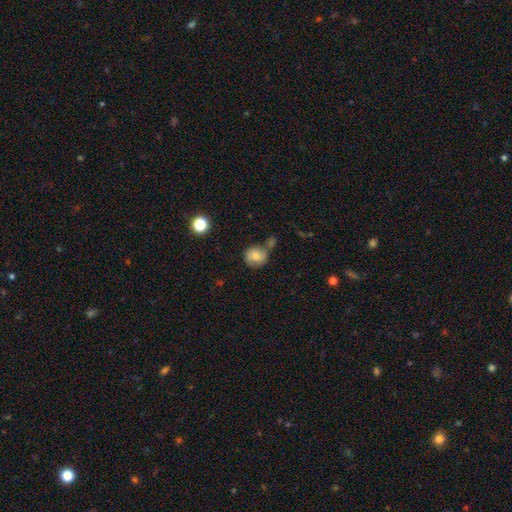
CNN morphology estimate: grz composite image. It shows a smooth galaxy with no disk features (75%) that is round (77%). Merging: none (54%).